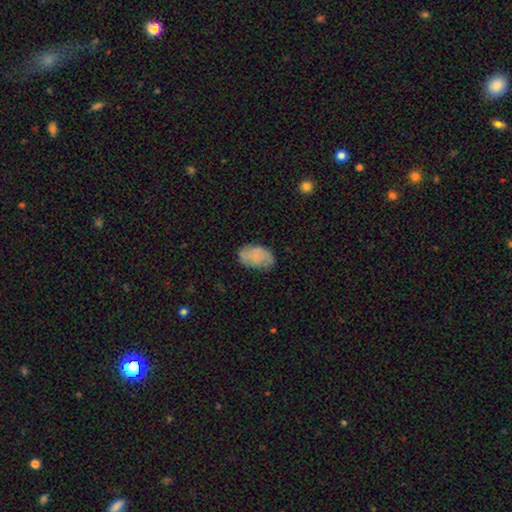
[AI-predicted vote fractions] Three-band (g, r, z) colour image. It shows a smooth galaxy with no disk features (72%) that is in between round and cigar-shaped (91%). Merging: none (71%).